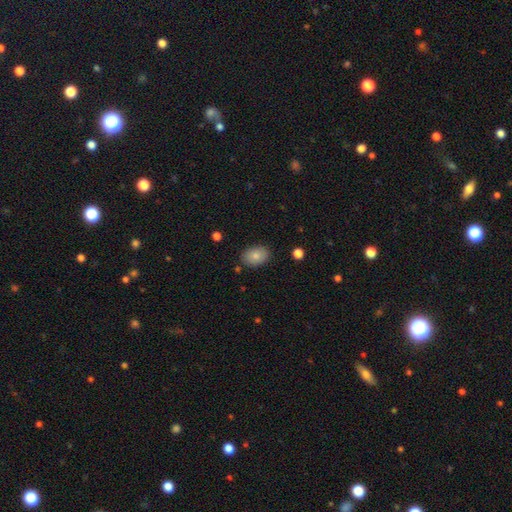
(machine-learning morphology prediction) type=smooth (83%); roundness=in between (85%); merging=none (85%).